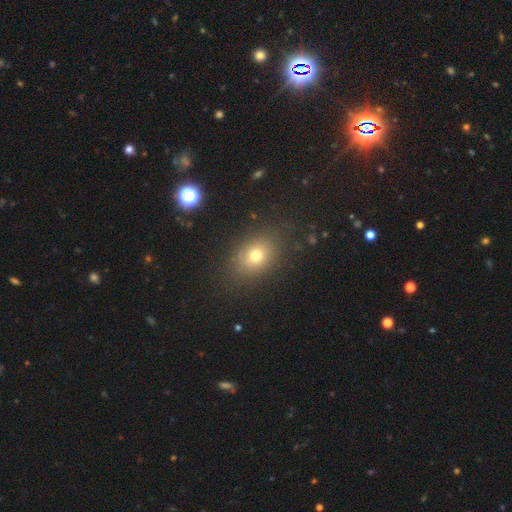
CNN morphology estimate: smooth_or_featured: smooth (p=0.72) [alt: star or artifact p=0.15]
how_rounded: in between (p=0.63) [alt: round p=0.36]
merging: none (p=0.83) [alt: minor disturbance p=0.11]